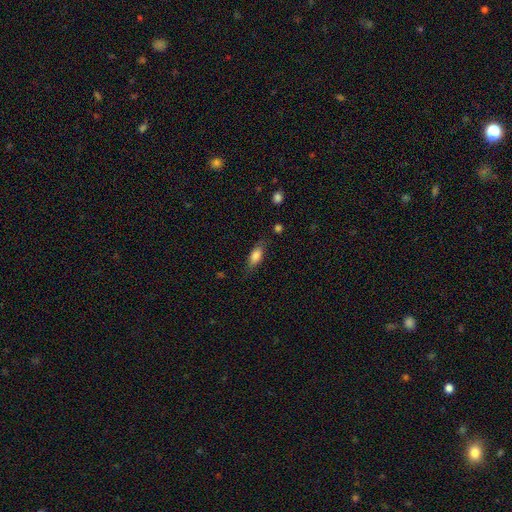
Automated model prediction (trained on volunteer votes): smooth-or-featured: smooth: 79% | featured or disk: 13% | star or artifact: 7%
  how-rounded: in between: 78% | cigar-shaped: 18% | round: 3%
  merging: none: 74% | minor disturbance: 19% | major disturbance: 5% | merger: 2%